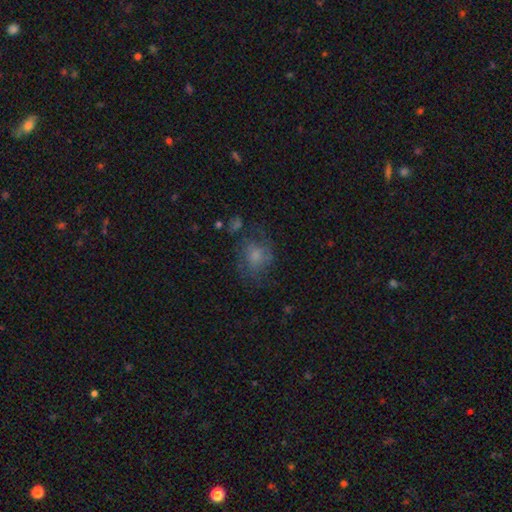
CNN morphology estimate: Overall: smooth (53%; featured or disk 34%). How rounded: round (62%; in between 36%). Merging: none (52%; minor disturbance 23%).